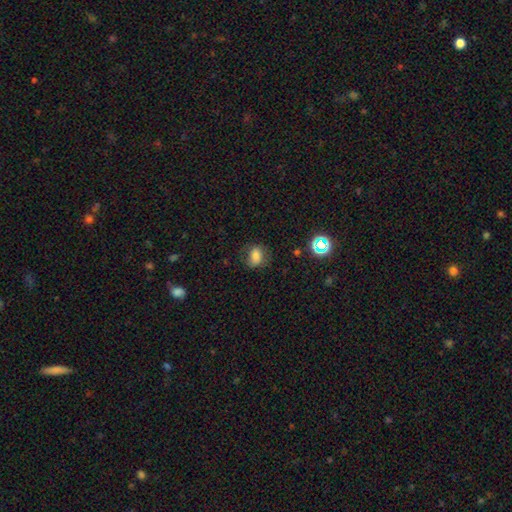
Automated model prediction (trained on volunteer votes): A smooth galaxy with no disk features (75%) that is in between round and cigar-shaped (60%).

Vote fractions:
- Smooth or featured? smooth: 75% / star or artifact: 14% / featured or disk: 11%
- How rounded? in between: 60% / round: 39% / cigar-shaped: 1%
- Merging? none: 69% / minor disturbance: 21% / major disturbance: 9% / merger: 2%